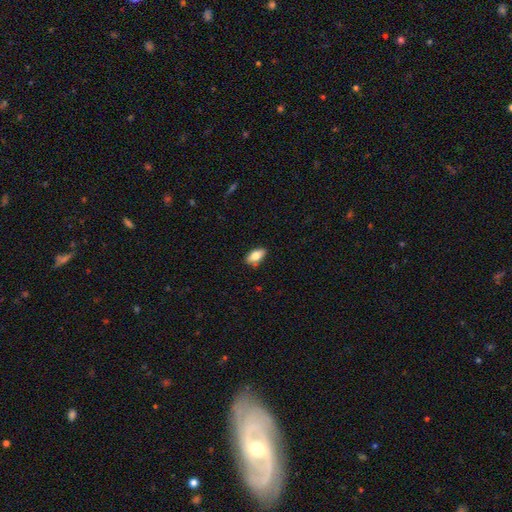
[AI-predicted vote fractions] This is likely a smooth galaxy (75%). How rounded: clearly in between (88%). Merging: clearly none (80%).